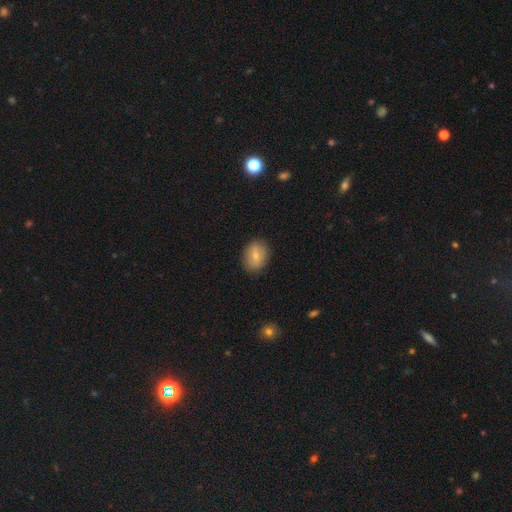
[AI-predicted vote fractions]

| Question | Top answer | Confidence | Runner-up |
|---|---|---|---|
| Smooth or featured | smooth | 72% | featured or disk (20%) |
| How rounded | in between | 65% | round (33%) |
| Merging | none | 86% | minor disturbance (10%) |